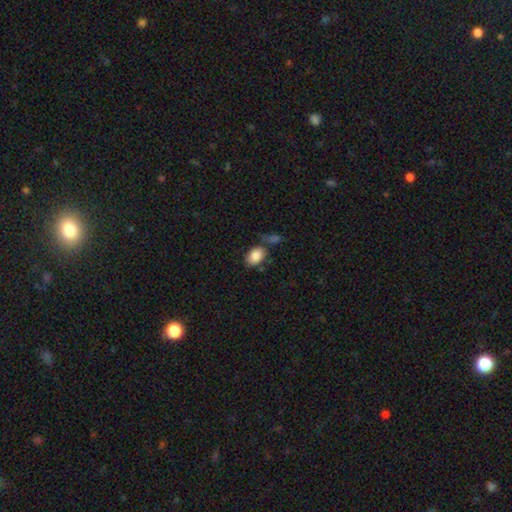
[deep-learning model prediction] A smooth galaxy with no disk features (86%) that is in between round and cigar-shaped (82%).

Vote fractions:
- Smooth or featured? smooth: 86% / star or artifact: 7% / featured or disk: 7%
- How rounded? in between: 82% / round: 16% / cigar-shaped: 1%
- Merging? none: 58% / minor disturbance: 19% / merger: 16% / major disturbance: 7%